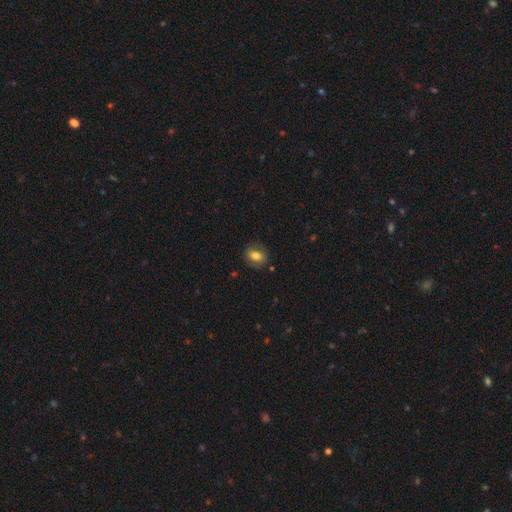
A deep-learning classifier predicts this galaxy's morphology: type=smooth (75%); roundness=in between (69%); merging=none (82%).